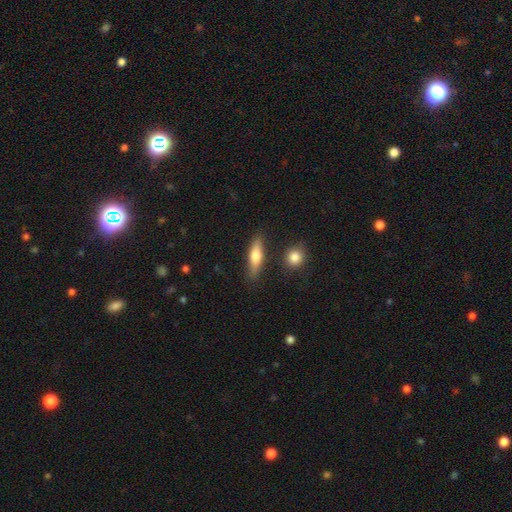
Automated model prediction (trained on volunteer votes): smooth_or_featured: smooth (p=0.64) [alt: featured or disk p=0.30]
how_rounded: cigar-shaped (p=0.61) [alt: in between p=0.35]
merging: none (p=0.82) [alt: minor disturbance p=0.11]